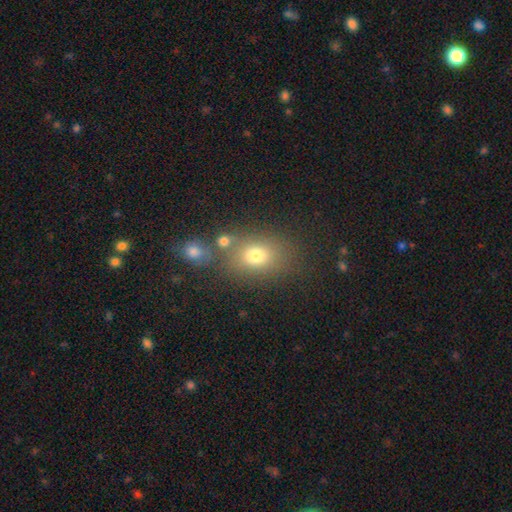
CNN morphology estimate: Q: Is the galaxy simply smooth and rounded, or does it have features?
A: smooth — 73%.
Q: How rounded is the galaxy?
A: in between — 61%.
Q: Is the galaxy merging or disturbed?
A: none — 63%.